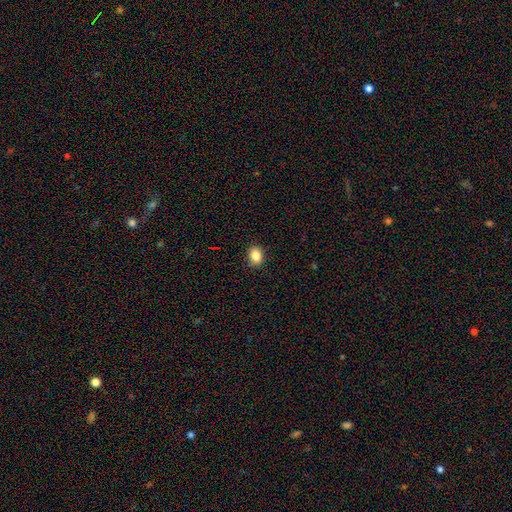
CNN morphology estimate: Smooth or featured? smooth (85%)
How rounded? in between (57%)
Merging? none (88%)